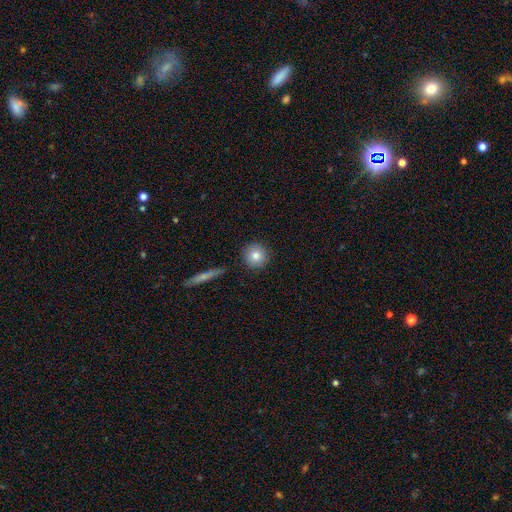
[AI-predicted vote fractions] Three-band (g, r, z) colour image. It shows a smooth galaxy with no disk features (81%) that is round (94%). Merging: none (89%).